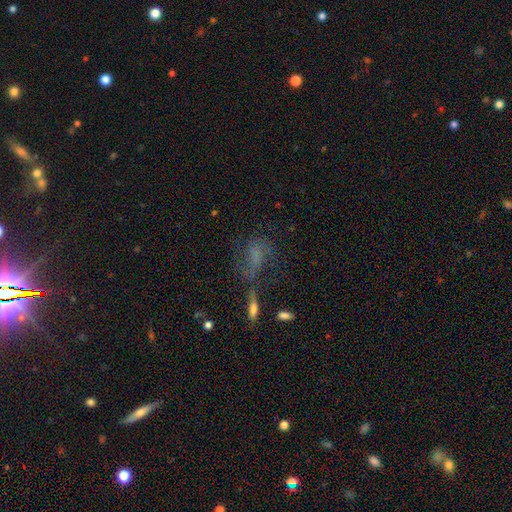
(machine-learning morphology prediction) smooth-or-featured: featured or disk: 42% | smooth: 36% | star or artifact: 22%
  merging: none: 41% | major disturbance: 28% | minor disturbance: 19% | merger: 12%